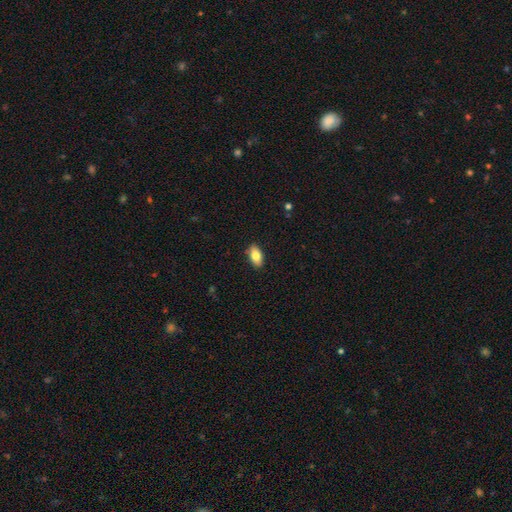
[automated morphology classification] Overall: smooth (80%). How rounded: in between (92%). Merging: none (89%).